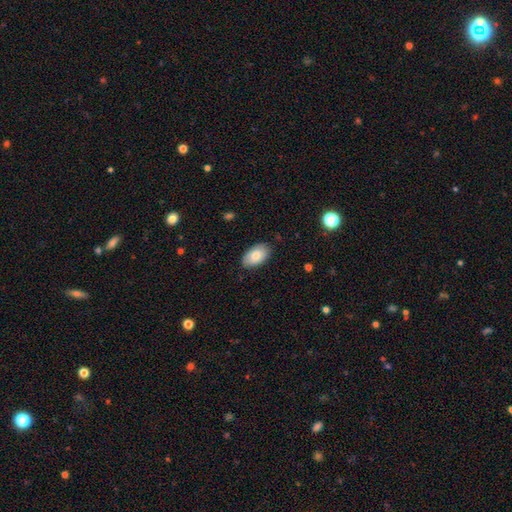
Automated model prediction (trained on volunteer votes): smooth 82%, featured or disk 12%, star or artifact 6%. Down the decision tree: how rounded — in between (94%); merging — none (83%).